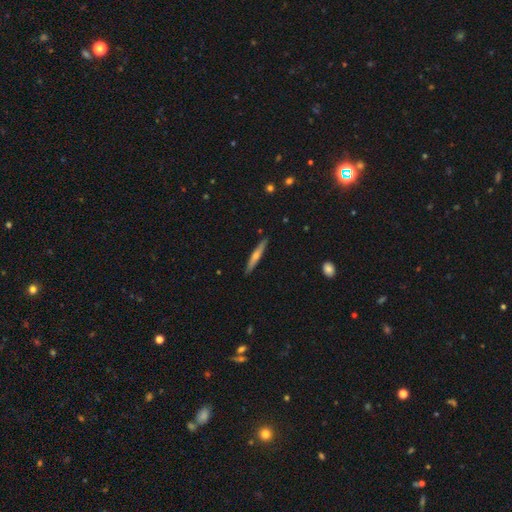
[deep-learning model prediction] The model was most divided on "smooth or featured": featured or disk: 54%, smooth: 40%, star or artifact: 6%. More confident: edge-on disk — yes (96%); merging — none (90%); edge-on bulge — rounded (77%).